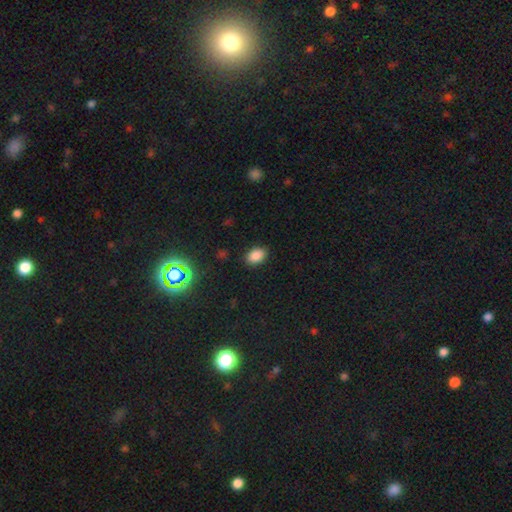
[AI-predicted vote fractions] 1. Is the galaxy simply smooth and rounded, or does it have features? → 85% smooth, 12% star or artifact, 4% featured or disk.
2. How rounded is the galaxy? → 83% in between, 16% round, 1% cigar-shaped.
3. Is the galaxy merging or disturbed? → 86% none, 10% minor disturbance, 3% major disturbance, 1% merger.